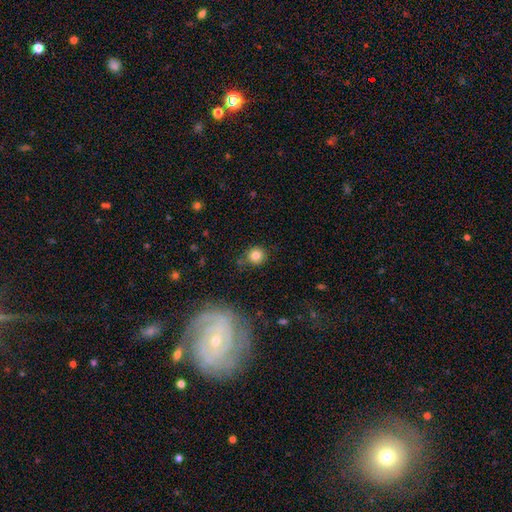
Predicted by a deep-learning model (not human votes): Smooth or featured? smooth (82%)
How rounded? round (90%)
Merging? none (80%)